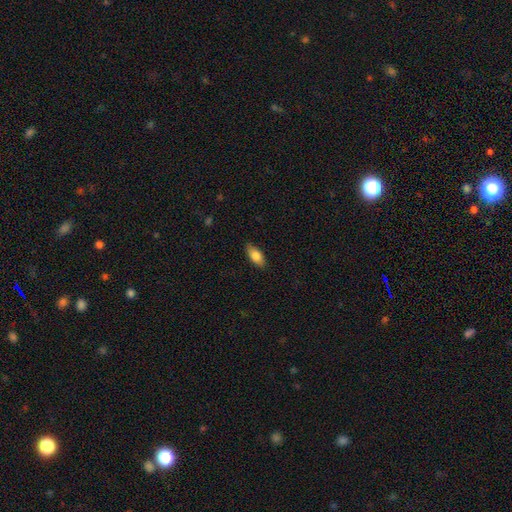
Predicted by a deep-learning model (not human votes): A smooth galaxy with no disk features (81%) that is in between round and cigar-shaped (87%). Merging: none (85%).